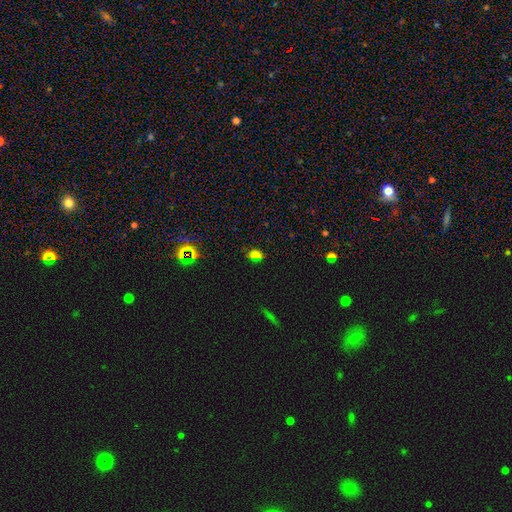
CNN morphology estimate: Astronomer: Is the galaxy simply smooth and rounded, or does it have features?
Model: smooth — 67%.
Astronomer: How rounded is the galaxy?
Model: in between — 82%.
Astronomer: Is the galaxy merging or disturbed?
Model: none — 75%.